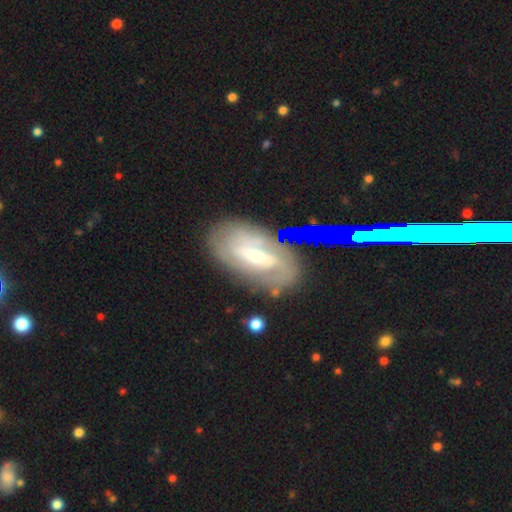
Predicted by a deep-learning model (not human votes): Smooth or featured? Predicted: featured or disk (p=0.70). Edge-on disk? Predicted: no (p=0.90). Bar? Predicted: weak (p=0.41). Spiral arms? Predicted: yes (p=0.80). Spiral winding? Predicted: tight (p=0.55). Spiral arm count? Predicted: can't tell (p=0.44). Bulge size? Predicted: small (p=0.59). Merging? Predicted: none (p=0.74).